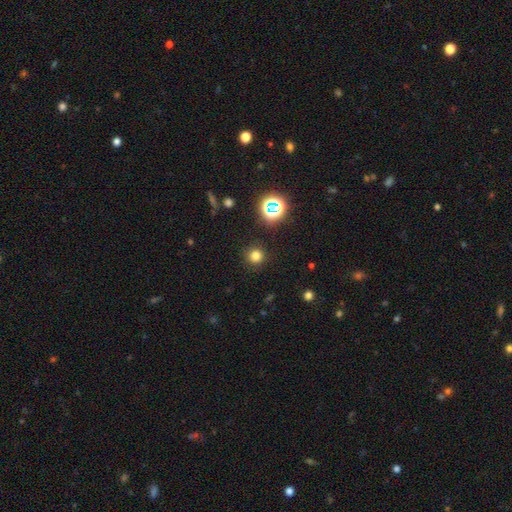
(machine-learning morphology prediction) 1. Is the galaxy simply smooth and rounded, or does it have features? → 75% smooth, 20% star or artifact, 5% featured or disk.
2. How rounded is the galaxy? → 93% round, 6% in between, 1% cigar-shaped.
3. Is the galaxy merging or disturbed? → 90% none, 6% minor disturbance, 3% major disturbance, 1% merger.